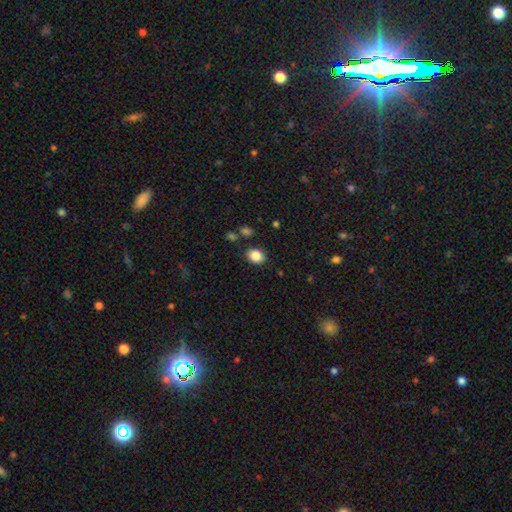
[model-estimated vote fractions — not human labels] Smooth or featured?
  - smooth: 86% *
  - star or artifact: 9%
  - featured or disk: 5%
How rounded?
  - in between: 55% *
  - round: 44%
  - cigar-shaped: 1%
Merging?
  - none: 83% *
  - minor disturbance: 11%
  - merger: 3%
  - major disturbance: 3%